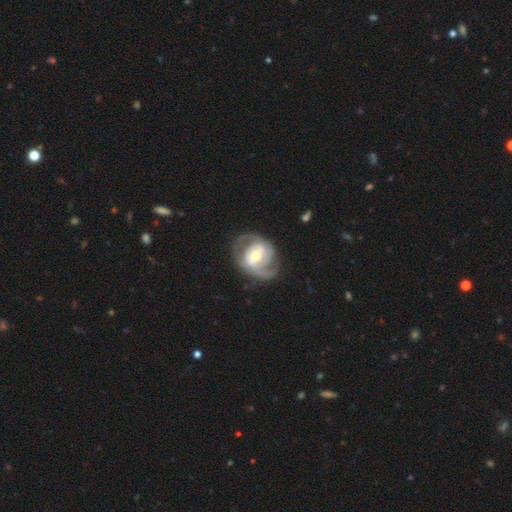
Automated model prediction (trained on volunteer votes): Morphology: type=featured or disk (80%); edge-on=no (97%); bar=weak (41%); spiral arms=yes (86%); winding=medium (45%); arm count=2 (76%); bulge=moderate (66%); merging=none (67%).